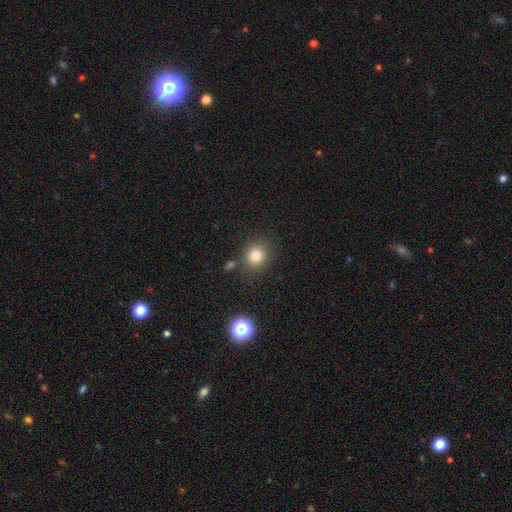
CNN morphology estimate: Smooth or featured? Predicted: smooth (p=0.81). How rounded? Predicted: round (p=0.81). Merging? Predicted: none (p=0.82).